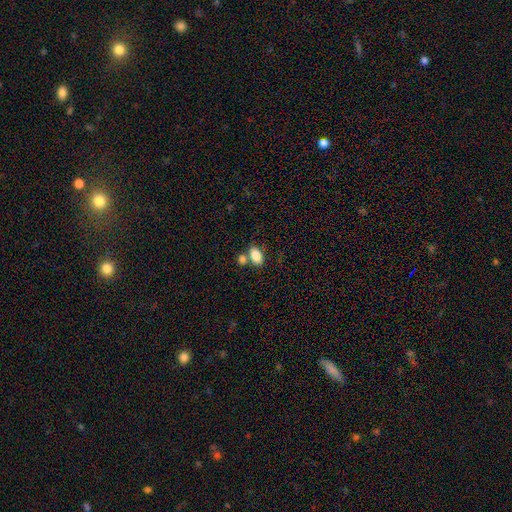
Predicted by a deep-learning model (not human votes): Overall: smooth (84%). How rounded: in between (89%). Merging: none (50%; merger 33%).